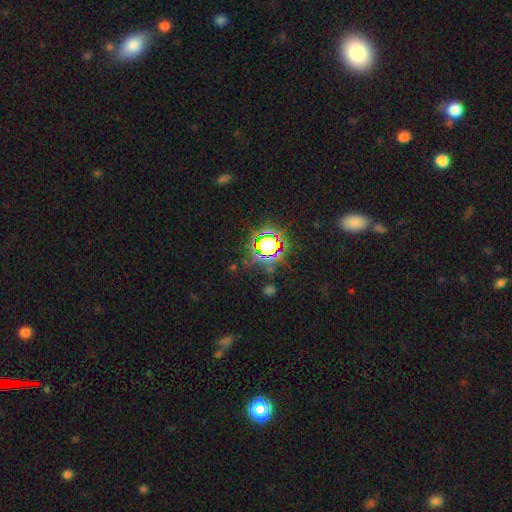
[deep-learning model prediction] Morphology: type=star or artifact (76%).